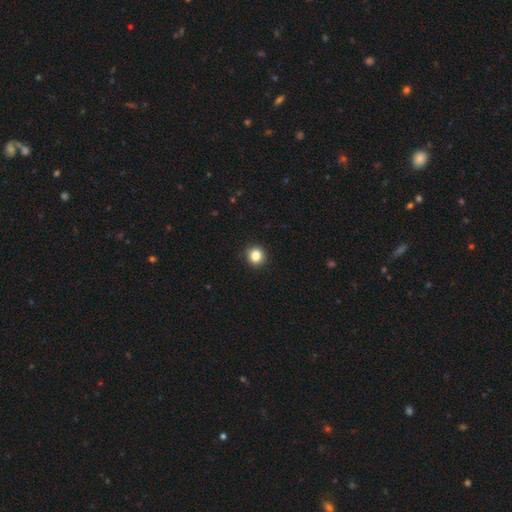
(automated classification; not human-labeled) Morphology: type=smooth (84%); roundness=round (90%); merging=none (92%).